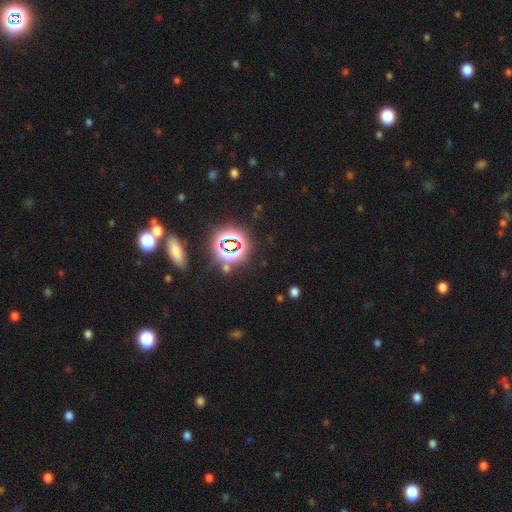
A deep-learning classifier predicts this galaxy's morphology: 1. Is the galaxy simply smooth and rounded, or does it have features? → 82% star or artifact, 11% smooth, 8% featured or disk.